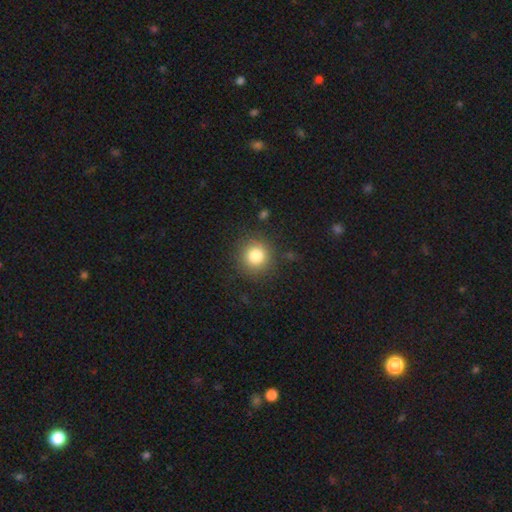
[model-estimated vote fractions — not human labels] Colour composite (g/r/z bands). It shows a smooth galaxy with no disk features (81%) that is round (94%). Merging: none (87%).